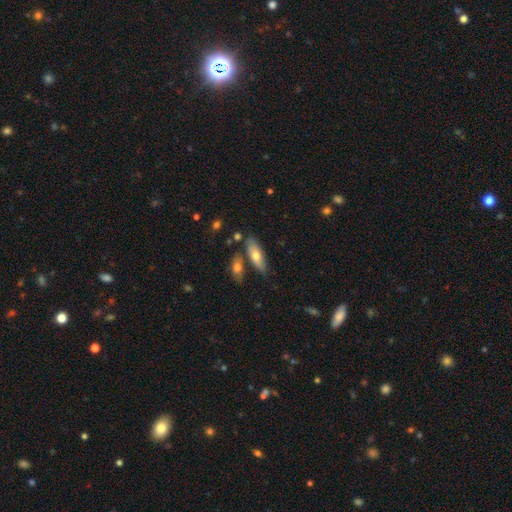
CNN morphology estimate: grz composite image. It shows a smooth galaxy with no disk features (65%) that is in between round and cigar-shaped (62%). Merging: none (67%).